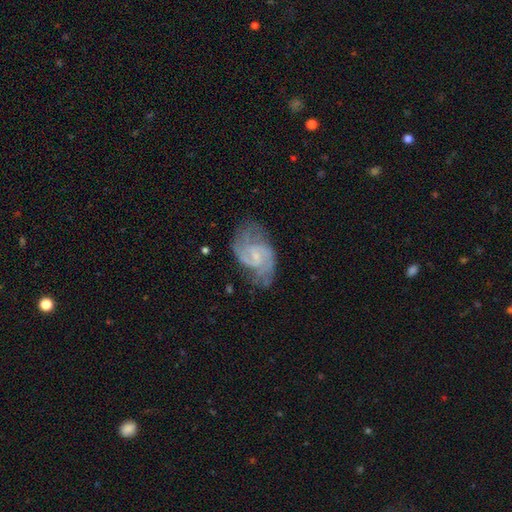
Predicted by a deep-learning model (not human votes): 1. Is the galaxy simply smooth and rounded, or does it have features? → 85% featured or disk, 9% smooth, 6% star or artifact.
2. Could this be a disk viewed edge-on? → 98% no, 2% yes.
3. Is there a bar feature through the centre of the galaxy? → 51% weak, 40% no, 9% strong.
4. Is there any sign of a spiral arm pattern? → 96% yes, 4% no.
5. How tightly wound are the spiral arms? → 52% medium, 28% tight, 20% loose.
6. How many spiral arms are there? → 70% 2, 12% can't tell, 9% 3, 3% 1, 3% 4, 3% more than 4.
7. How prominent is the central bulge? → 68% small, 17% moderate, 12% none, 1% large, 1% dominant.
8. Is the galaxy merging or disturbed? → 61% none, 23% minor disturbance, 13% major disturbance, 2% merger.